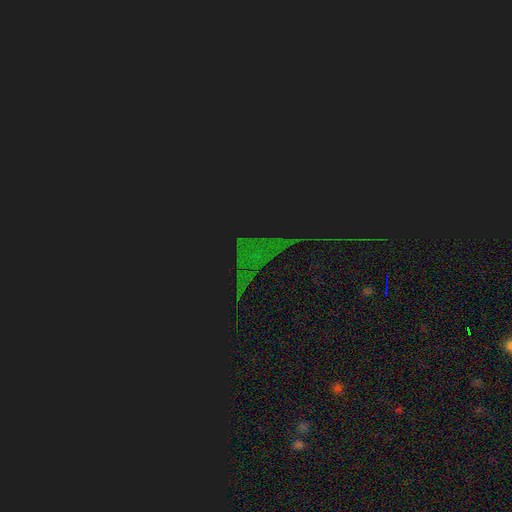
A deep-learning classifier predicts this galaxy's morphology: Smooth or featured: star or artifact — 82% (smooth — 10%)